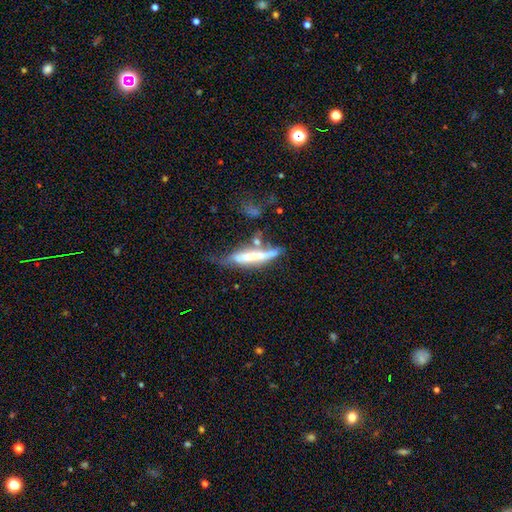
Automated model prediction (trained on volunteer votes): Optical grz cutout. It shows a featured or disk galaxy (51%) viewed edge-on (73%). Merging: none (37%).